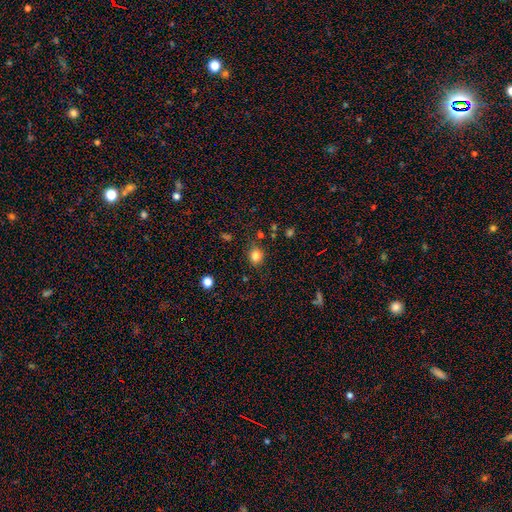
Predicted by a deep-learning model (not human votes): Q: Smooth or featured?
A: smooth (82%); runner-up: star or artifact (13%)
Q: How rounded?
A: round (69%); runner-up: in between (30%)
Q: Merging?
A: none (81%); runner-up: minor disturbance (12%)